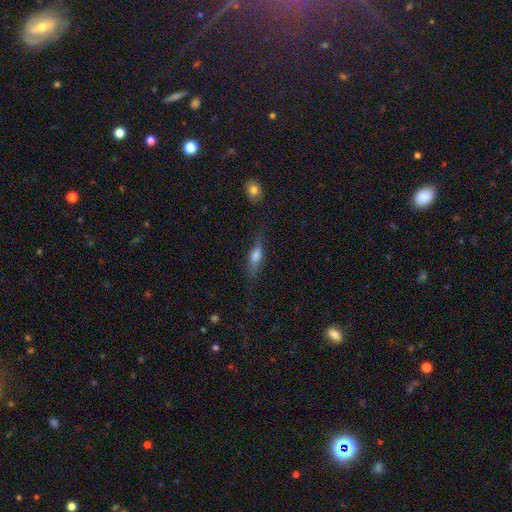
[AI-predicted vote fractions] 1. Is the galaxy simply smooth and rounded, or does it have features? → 54% smooth, 38% featured or disk, 8% star or artifact.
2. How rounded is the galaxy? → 61% cigar-shaped, 35% in between, 3% round.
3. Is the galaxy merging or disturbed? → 76% none, 17% minor disturbance, 5% major disturbance, 2% merger.